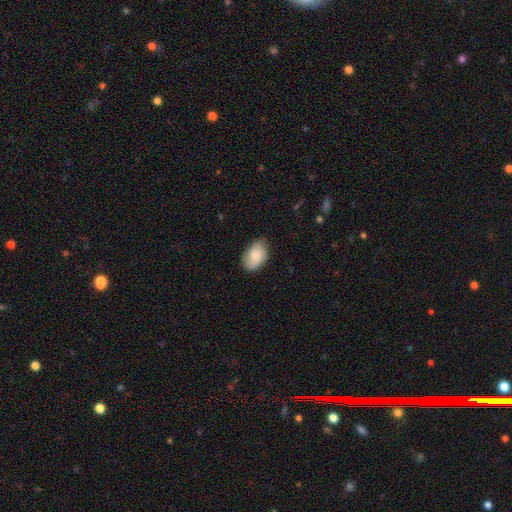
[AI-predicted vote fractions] smooth-or-featured: smooth: 71% | featured or disk: 22% | star or artifact: 6%
  how-rounded: in between: 88% | round: 10% | cigar-shaped: 1%
  merging: none: 71% | minor disturbance: 24% | major disturbance: 4% | merger: 1%